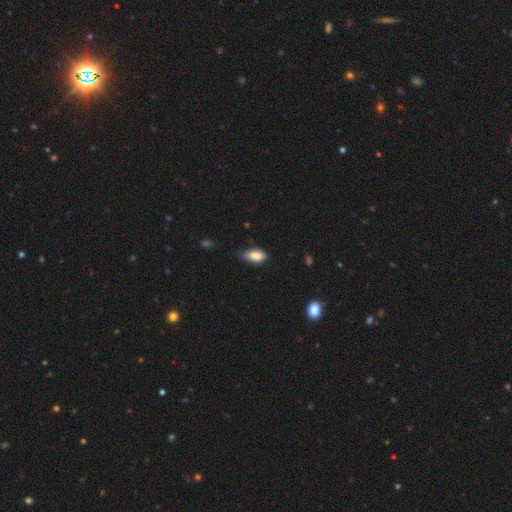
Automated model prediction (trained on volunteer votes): This is clearly a smooth galaxy (80%). How rounded: clearly in between (88%). Merging: likely none (61%).